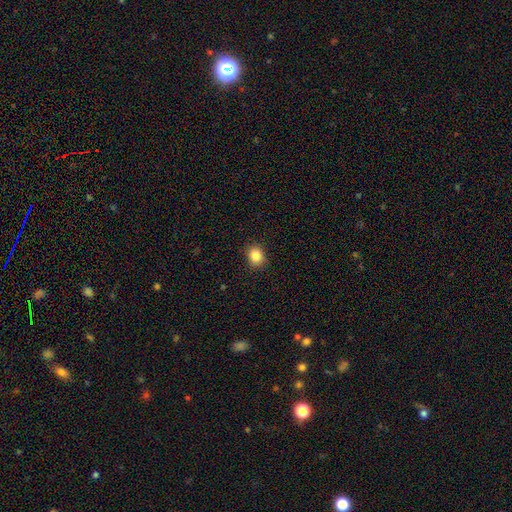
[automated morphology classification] Smooth or featured: smooth — 85% (star or artifact — 10%)
How rounded: round — 61% (in between — 38%)
Merging: none — 89% (minor disturbance — 8%)